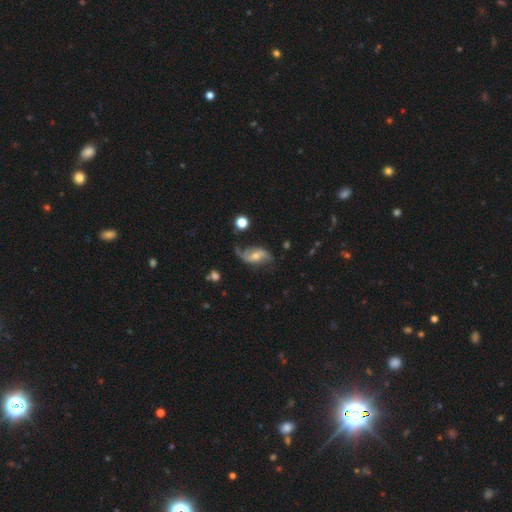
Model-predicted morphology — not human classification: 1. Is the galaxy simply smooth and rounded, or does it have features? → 76% featured or disk, 17% smooth, 7% star or artifact.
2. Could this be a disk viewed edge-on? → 95% no, 5% yes.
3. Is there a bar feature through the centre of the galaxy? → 41% weak, 39% no, 21% strong.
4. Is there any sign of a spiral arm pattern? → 92% yes, 8% no.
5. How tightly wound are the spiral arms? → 76% loose, 18% medium, 6% tight.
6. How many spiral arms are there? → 85% 2, 8% 1, 5% can't tell, 1% 3, 1% 4, 1% more than 4.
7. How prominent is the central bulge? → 49% moderate, 43% small, 3% large, 3% none, 1% dominant.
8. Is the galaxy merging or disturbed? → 57% none, 25% minor disturbance, 15% major disturbance, 3% merger.